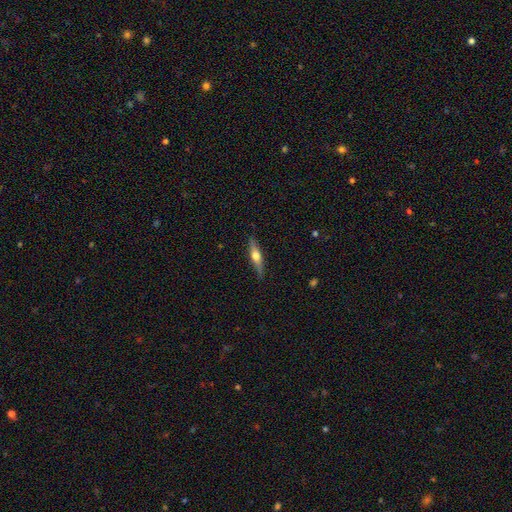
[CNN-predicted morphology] Overall: featured or disk (60%; smooth 35%). Edge-on disk: yes (95%). Edge-on bulge: rounded (93%). Merging: none (86%).